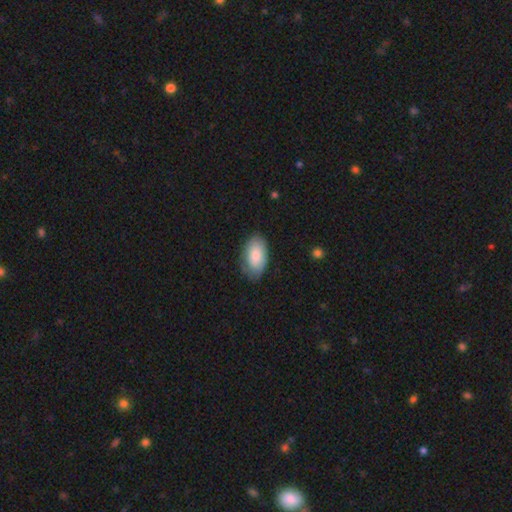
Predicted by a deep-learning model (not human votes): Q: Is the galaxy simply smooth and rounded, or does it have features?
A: smooth — 81%.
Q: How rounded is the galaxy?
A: in between — 95%.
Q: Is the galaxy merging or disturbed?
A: none — 75%.